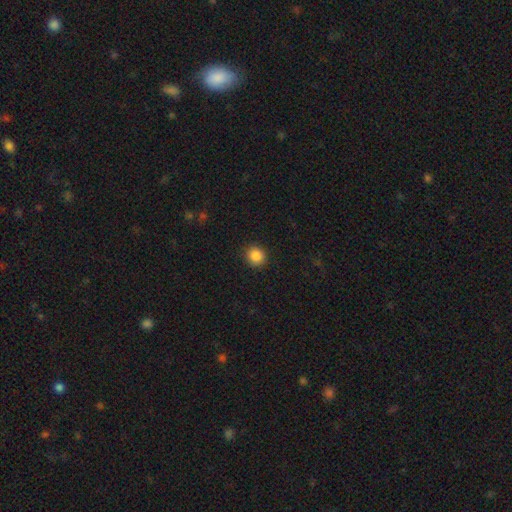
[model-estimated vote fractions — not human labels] Smooth or featured? Predicted: smooth (p=0.87). How rounded? Predicted: round (p=0.92). Merging? Predicted: none (p=0.92).